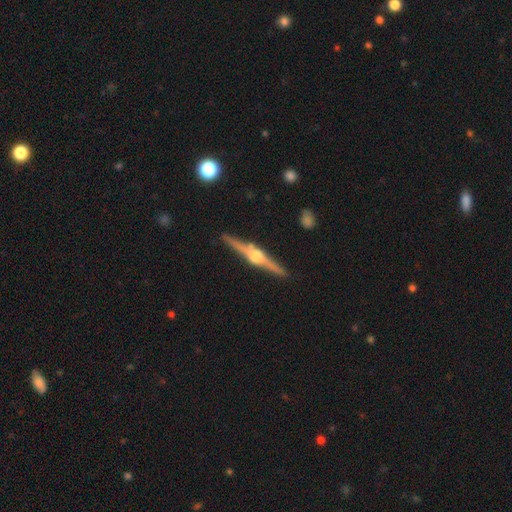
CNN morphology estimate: type=featured or disk (86%); edge-on=yes (98%); edge-on bulge=rounded (92%); merging=none (89%).